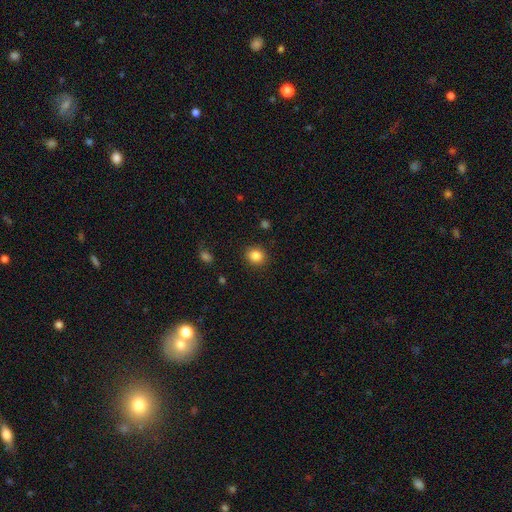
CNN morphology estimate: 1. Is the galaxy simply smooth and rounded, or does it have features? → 85% smooth, 11% star or artifact, 5% featured or disk.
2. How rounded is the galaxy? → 78% round, 21% in between, 1% cigar-shaped.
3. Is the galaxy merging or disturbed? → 90% none, 7% minor disturbance, 2% major disturbance, 1% merger.